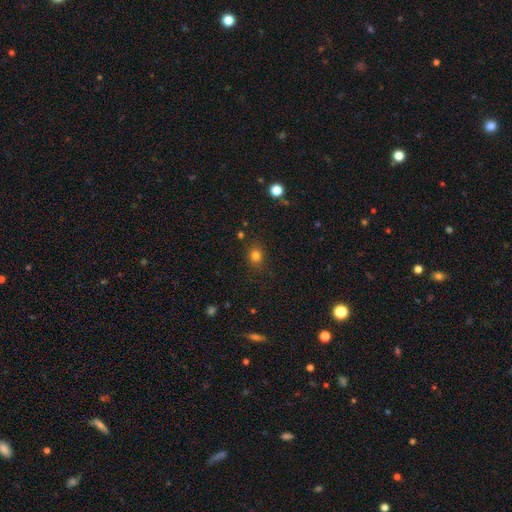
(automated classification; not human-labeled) smooth-or-featured: smooth: 79% | star or artifact: 16% | featured or disk: 6%
  how-rounded: round: 76% | in between: 23% | cigar-shaped: 1%
  merging: none: 83% | minor disturbance: 11% | major disturbance: 3% | merger: 2%